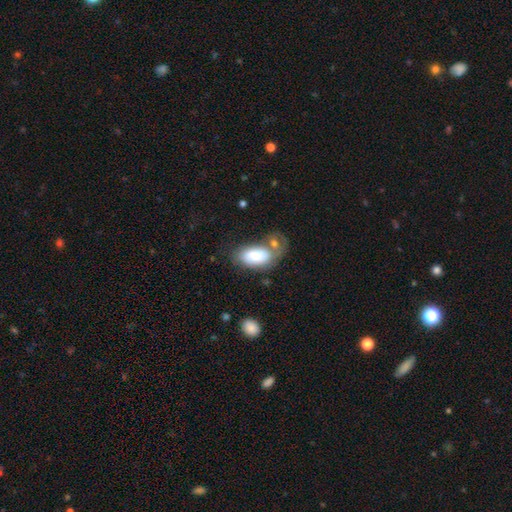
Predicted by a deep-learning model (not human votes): Smooth or featured? smooth (71%)
How rounded? in between (93%)
Merging? none (38%)